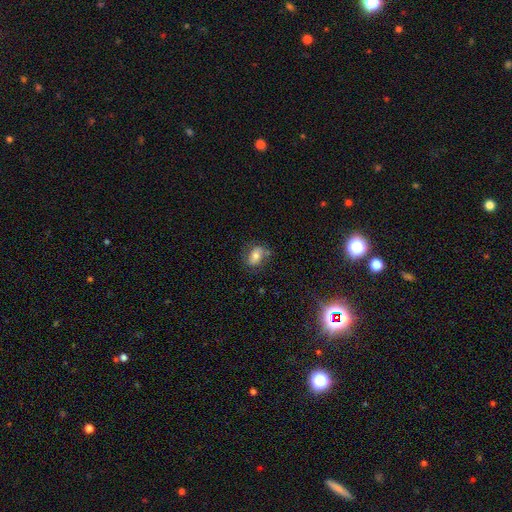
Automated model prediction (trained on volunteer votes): A smooth galaxy with no disk features (67%) that is in between round and cigar-shaped (79%).

Vote fractions:
- Smooth or featured? smooth: 67% / featured or disk: 23% / star or artifact: 9%
- How rounded? in between: 79% / round: 19% / cigar-shaped: 2%
- Merging? none: 66% / minor disturbance: 22% / major disturbance: 9% / merger: 4%